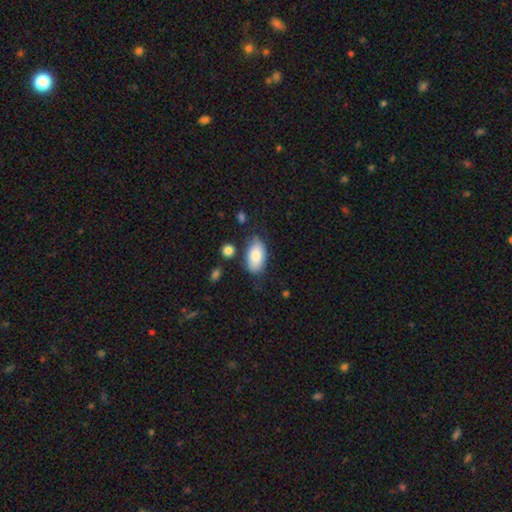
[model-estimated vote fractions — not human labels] The model was most divided on "merging": none: 73%, minor disturbance: 18%, major disturbance: 5%, merger: 4%. More confident: how rounded — in between (94%); smooth or featured — smooth (85%).